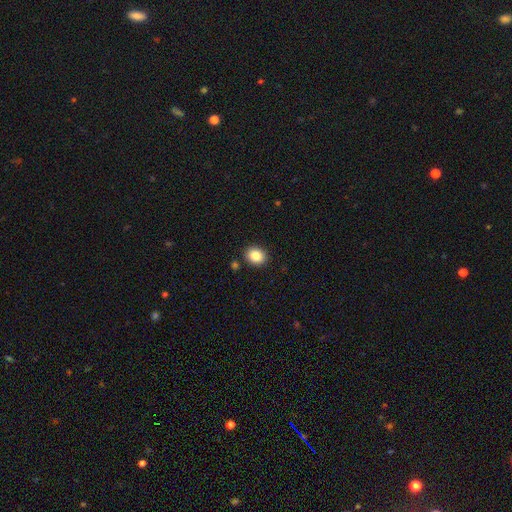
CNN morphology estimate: Overall: smooth (87%). How rounded: round (53%; in between 46%). Merging: none (88%).